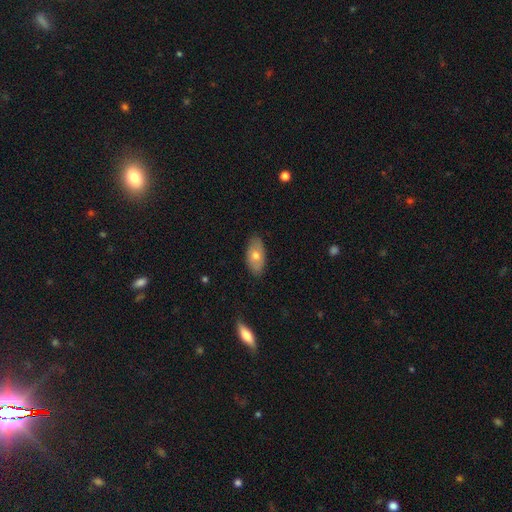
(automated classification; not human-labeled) Q: Smooth or featured?
A: smooth (65%); runner-up: featured or disk (28%)
Q: How rounded?
A: in between (92%); runner-up: round (4%)
Q: Merging?
A: none (85%); runner-up: minor disturbance (12%)